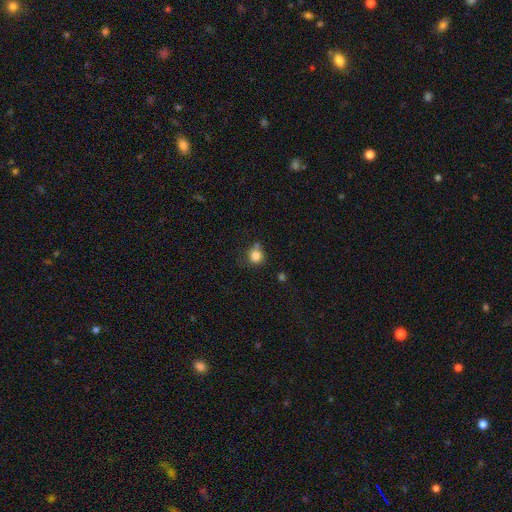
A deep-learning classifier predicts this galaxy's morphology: Smooth or featured? Predicted: smooth (p=0.82). How rounded? Predicted: round (p=0.88). Merging? Predicted: none (p=0.63).